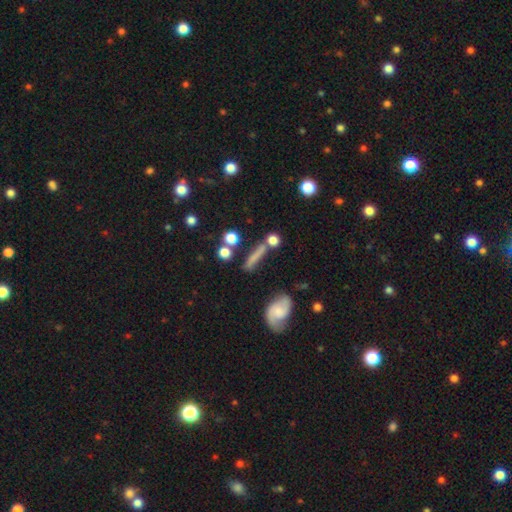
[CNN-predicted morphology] smooth_or_featured: smooth (p=0.58) [alt: featured or disk p=0.31]
how_rounded: cigar-shaped (p=0.74) [alt: round p=0.13]
merging: none (p=0.62) [alt: minor disturbance p=0.16]